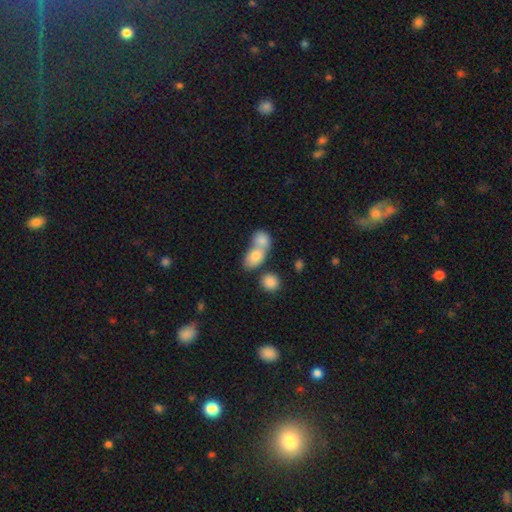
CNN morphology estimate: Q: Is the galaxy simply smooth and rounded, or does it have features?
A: smooth — 79%.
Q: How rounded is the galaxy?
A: in between — 74%.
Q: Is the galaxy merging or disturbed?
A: merger — 67%.